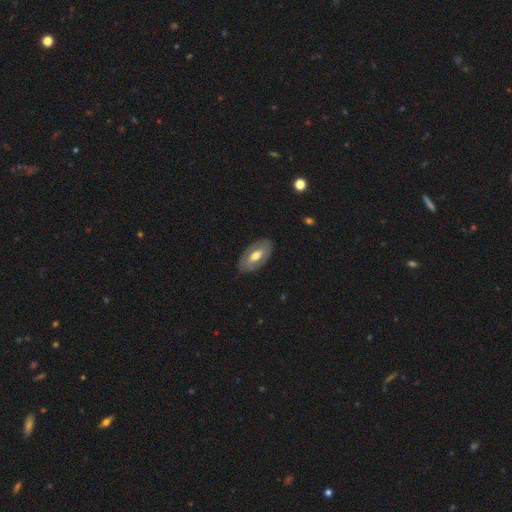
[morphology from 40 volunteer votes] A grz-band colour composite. It shows a featured or disk galaxy (52%) with no bar (65%), no spiral arms (76%) and a moderate central bulge (53%). Merging: none (95%).